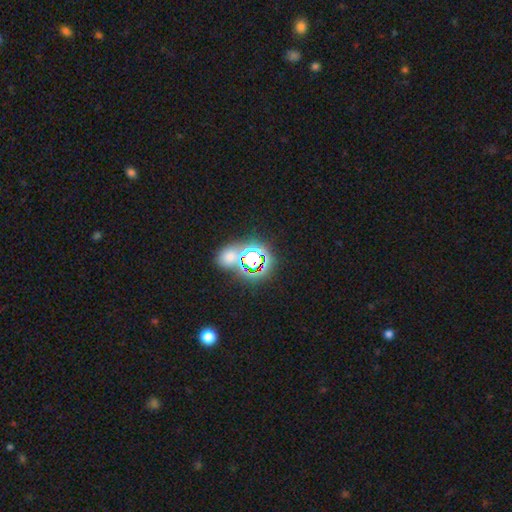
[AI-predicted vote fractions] The model was most divided on "smooth or featured": star or artifact: 65%, smooth: 26%, featured or disk: 10%.